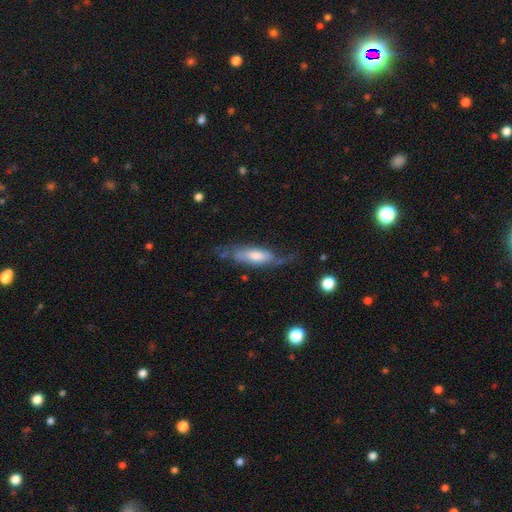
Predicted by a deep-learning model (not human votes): Smooth or featured? Predicted: featured or disk (p=0.59). Edge-on disk? Predicted: no (p=0.65). Merging? Predicted: none (p=0.51).